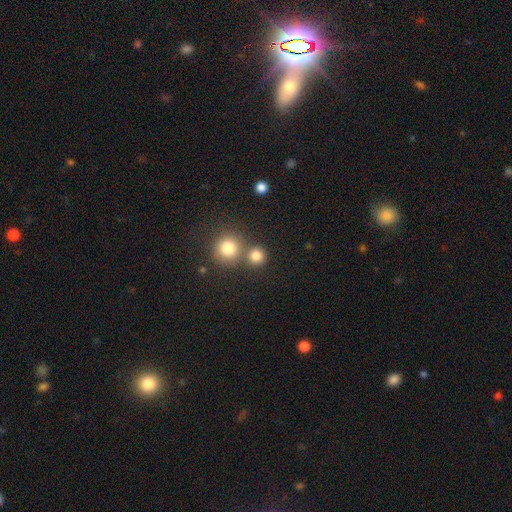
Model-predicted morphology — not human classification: type=smooth (82%); roundness=round (91%); merging=none (67%).